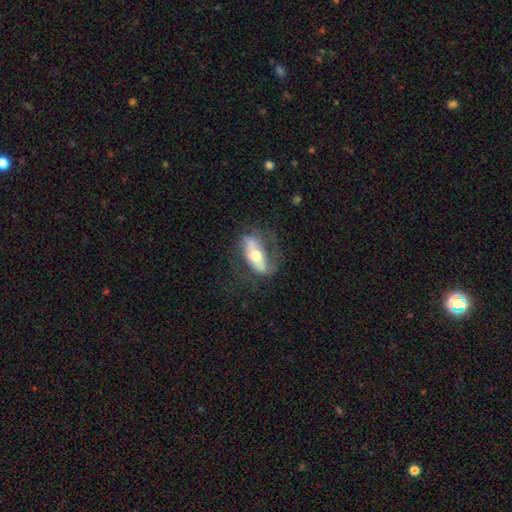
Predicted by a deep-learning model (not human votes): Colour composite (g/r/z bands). It shows a featured or disk galaxy (60%). Merging: none (58%).